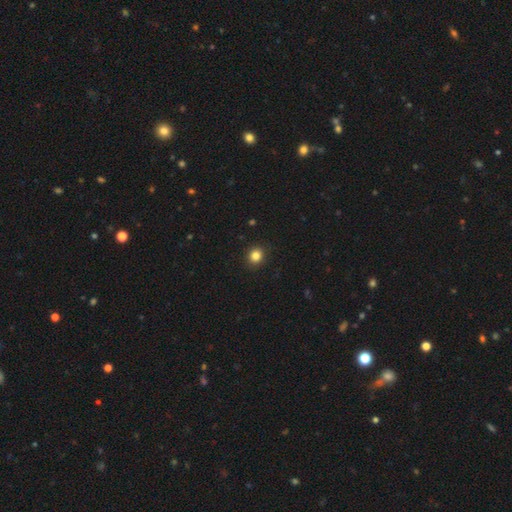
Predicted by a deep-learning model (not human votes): smooth 84%, star or artifact 12%, featured or disk 5%. Down the decision tree: how rounded — round (81%); merging — none (92%).